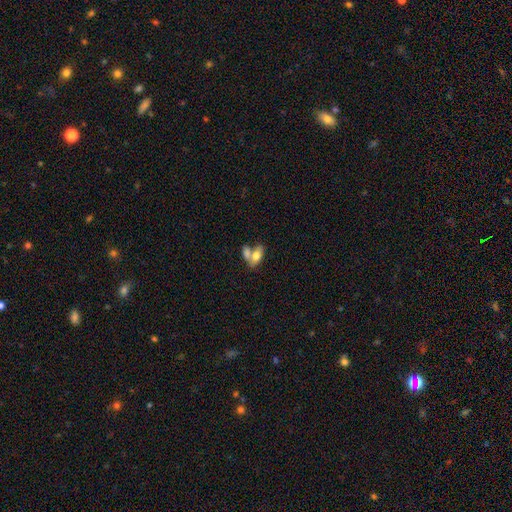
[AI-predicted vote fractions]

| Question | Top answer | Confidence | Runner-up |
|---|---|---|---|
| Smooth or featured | smooth | 70% | featured or disk (23%) |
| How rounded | in between | 87% | round (8%) |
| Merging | merger | 57% | none (28%) |